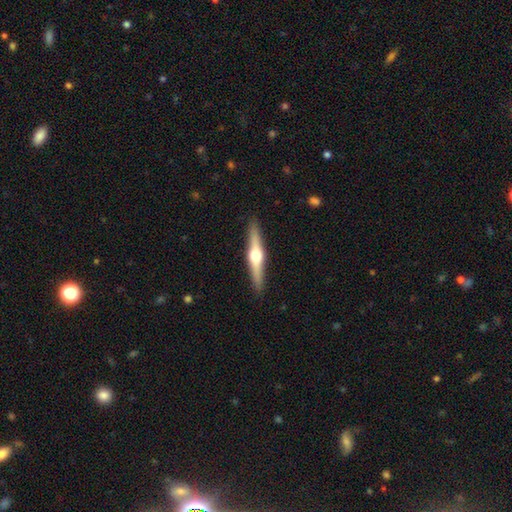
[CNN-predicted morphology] smooth_or_featured: featured or disk (p=0.73) [alt: smooth p=0.22]
disk_edge_on: yes (p=0.98) [alt: no p=0.02]
edge_on_bulge: rounded (p=0.95) [alt: boxy p=0.03]
merging: none (p=0.91) [alt: minor disturbance p=0.06]